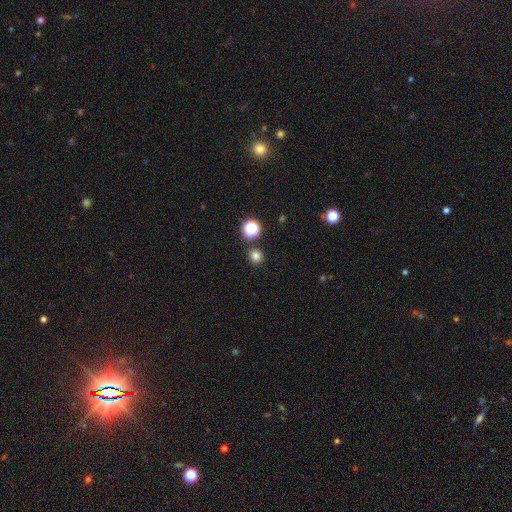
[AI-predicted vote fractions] smooth 78%, star or artifact 17%, featured or disk 5%. Down the decision tree: how rounded — round (89%); merging — none (86%).